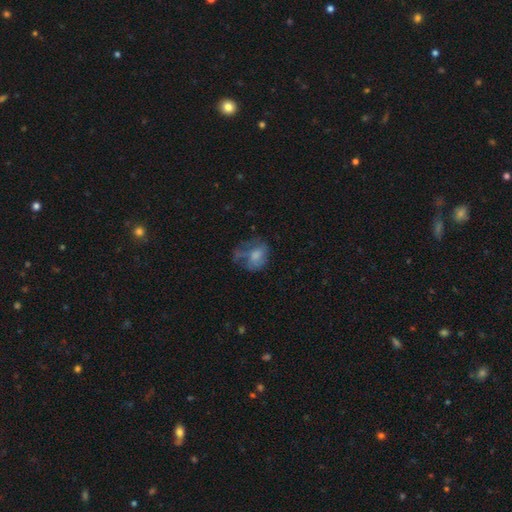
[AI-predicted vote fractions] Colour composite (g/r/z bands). It shows a smooth galaxy with no disk features (56%) that is in between round and cigar-shaped (61%). Merging: major disturbance (39%).